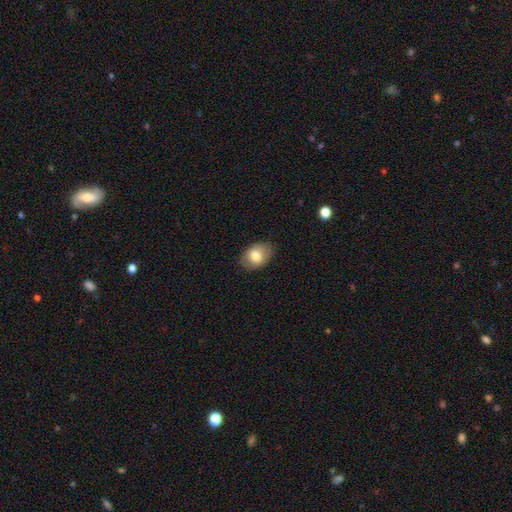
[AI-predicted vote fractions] A smooth galaxy with no disk features (77%) that is in between round and cigar-shaped (81%).

Vote fractions:
- Smooth or featured? smooth: 77% / featured or disk: 16% / star or artifact: 7%
- How rounded? in between: 81% / round: 18% / cigar-shaped: 1%
- Merging? none: 80% / minor disturbance: 16% / major disturbance: 4% / merger: 1%